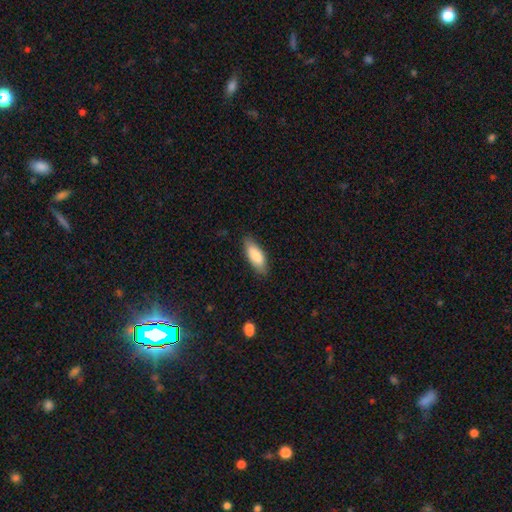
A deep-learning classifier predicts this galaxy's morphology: smooth-or-featured: smooth: 83% | featured or disk: 12% | star or artifact: 6%
  how-rounded: in between: 74% | cigar-shaped: 24% | round: 2%
  merging: none: 81% | minor disturbance: 15% | major disturbance: 3% | merger: 1%